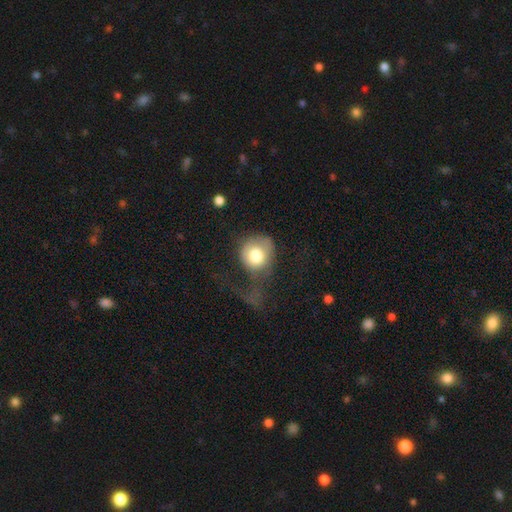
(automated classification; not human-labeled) smooth_or_featured: smooth (p=0.75) [alt: featured or disk p=0.17]
how_rounded: round (p=0.80) [alt: in between p=0.19]
merging: major disturbance (p=0.52) [alt: none p=0.24]